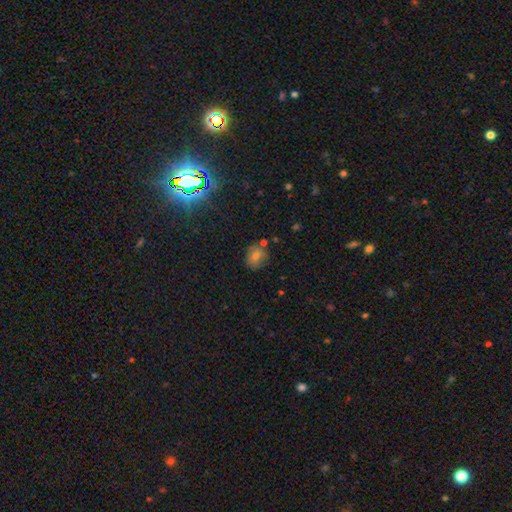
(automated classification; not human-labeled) smooth-or-featured: smooth: 62% | star or artifact: 21% | featured or disk: 17%
  how-rounded: round: 69% | in between: 30% | cigar-shaped: 1%
  merging: none: 74% | minor disturbance: 16% | merger: 6% | major disturbance: 4%